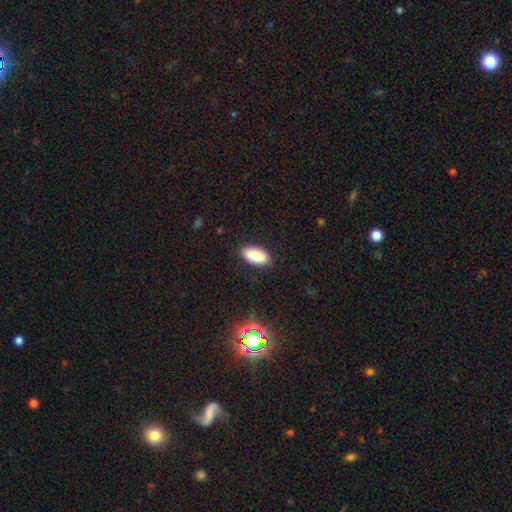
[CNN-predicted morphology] Smooth or featured? smooth (88%)
How rounded? in between (92%)
Merging? none (87%)